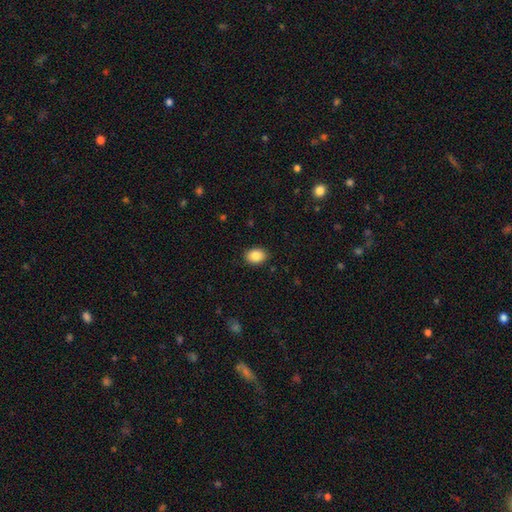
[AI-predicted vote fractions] smooth-or-featured: smooth: 87% | star or artifact: 8% | featured or disk: 5%
  how-rounded: in between: 73% | round: 26% | cigar-shaped: 1%
  merging: none: 89% | minor disturbance: 8% | major disturbance: 2% | merger: 1%